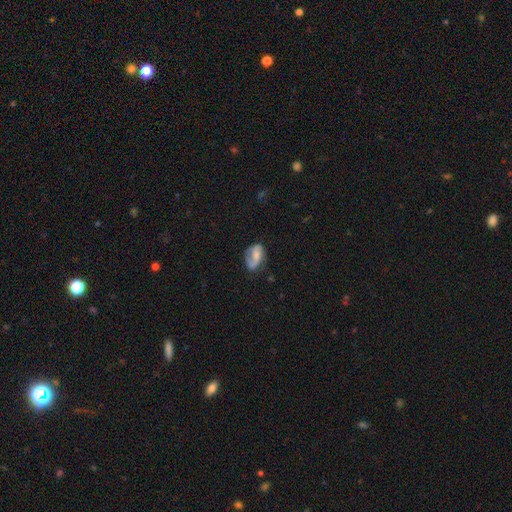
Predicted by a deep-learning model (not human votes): This is possibly a featured or disk galaxy (53%). It is clearly not viewed edge-on (96%). Bar: possibly no (49%). Spiral arm pattern: likely yes (79%). Central bulge: marginally small (37%). Merging: possibly none (50%).